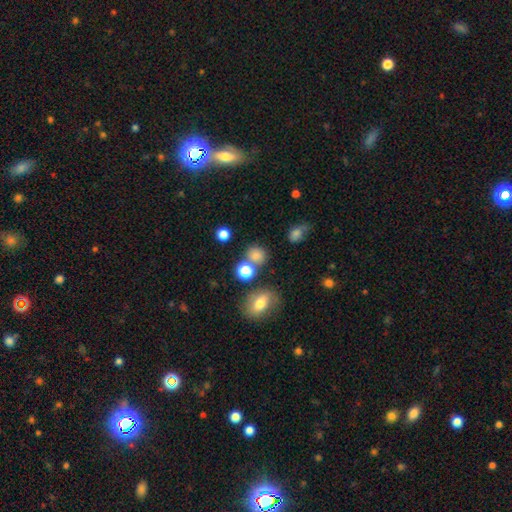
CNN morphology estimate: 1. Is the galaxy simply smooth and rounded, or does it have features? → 77% smooth, 17% star or artifact, 7% featured or disk.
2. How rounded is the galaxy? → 80% round, 19% in between, 1% cigar-shaped.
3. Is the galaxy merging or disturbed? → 68% none, 17% merger, 11% minor disturbance, 5% major disturbance.